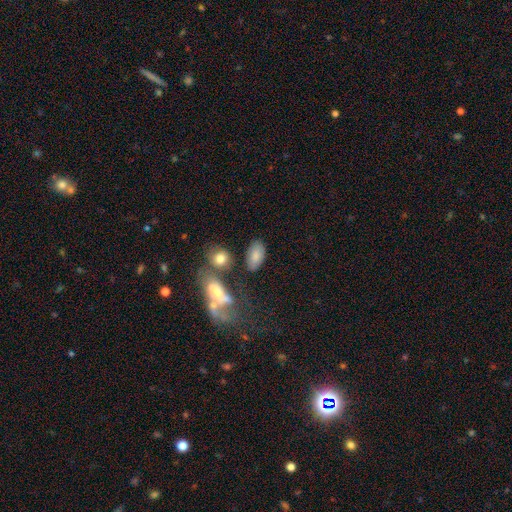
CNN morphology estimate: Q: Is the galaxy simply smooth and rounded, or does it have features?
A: smooth — 80%.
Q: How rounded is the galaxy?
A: in between — 91%.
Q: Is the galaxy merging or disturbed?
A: none — 69%.